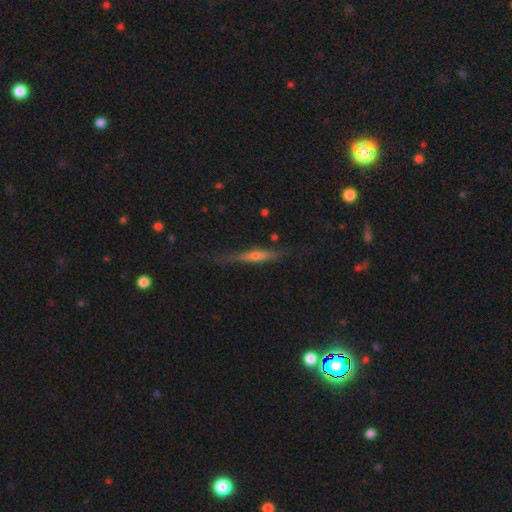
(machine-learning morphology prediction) A featured or disk galaxy (64%) viewed edge-on (94%) with a rounded central bulge (65%). Merging: none (76%).